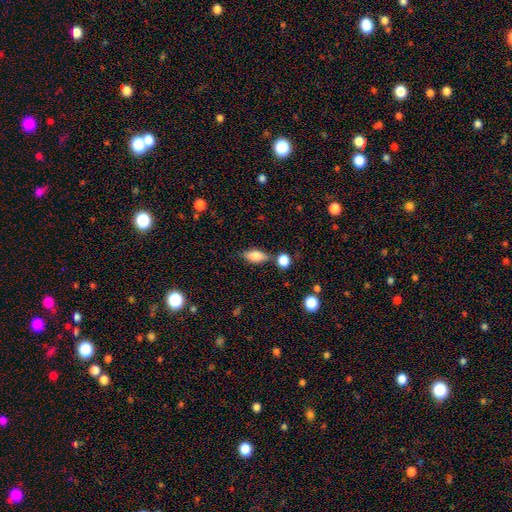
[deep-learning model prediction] A smooth galaxy with no disk features (79%) that is in between round and cigar-shaped (83%).

Vote fractions:
- Smooth or featured? smooth: 79% / featured or disk: 14% / star or artifact: 8%
- How rounded? in between: 83% / cigar-shaped: 12% / round: 5%
- Merging? none: 74% / minor disturbance: 13% / merger: 10% / major disturbance: 3%